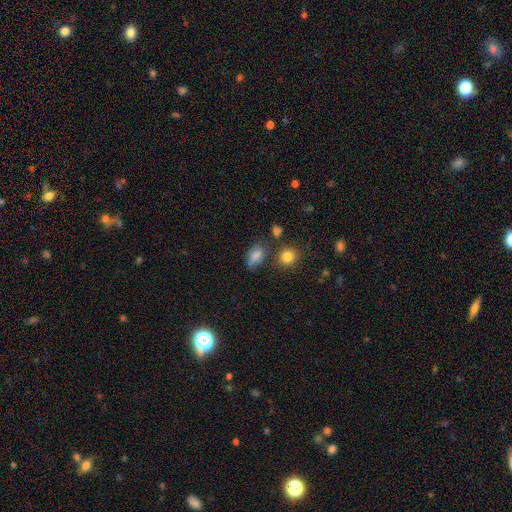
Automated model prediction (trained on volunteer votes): Morphology: type=smooth (79%); roundness=in between (83%); merging=none (58%).